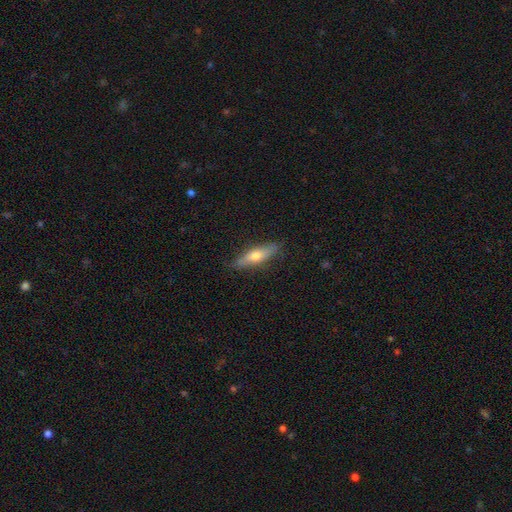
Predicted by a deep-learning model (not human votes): Smooth or featured? smooth (54%)
How rounded? cigar-shaped (69%)
Merging? none (85%)